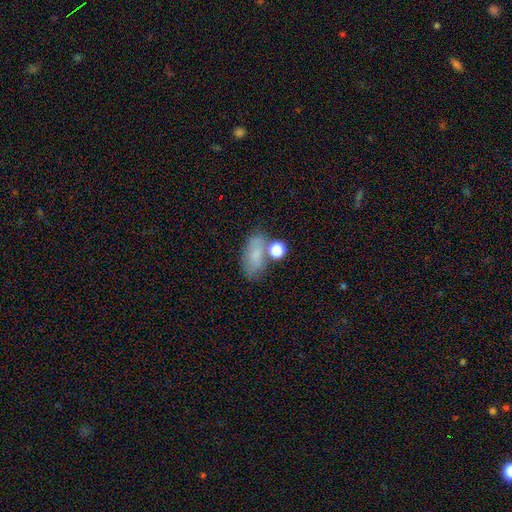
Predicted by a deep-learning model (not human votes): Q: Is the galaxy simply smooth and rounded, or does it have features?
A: smooth — 69%.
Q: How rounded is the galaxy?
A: in between — 83%.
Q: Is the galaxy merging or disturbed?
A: none — 52%.